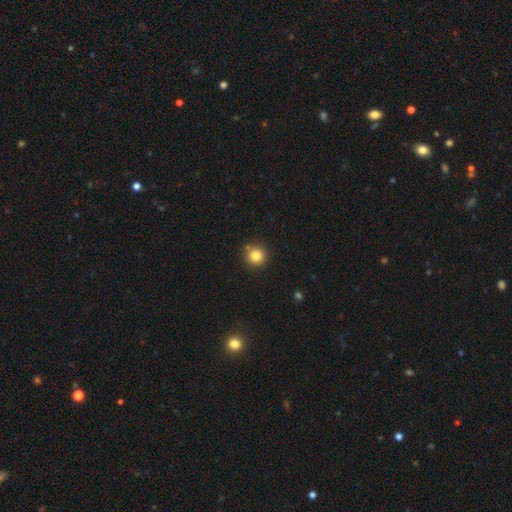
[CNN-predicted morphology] Overall: smooth (82%). How rounded: round (94%). Merging: none (84%).